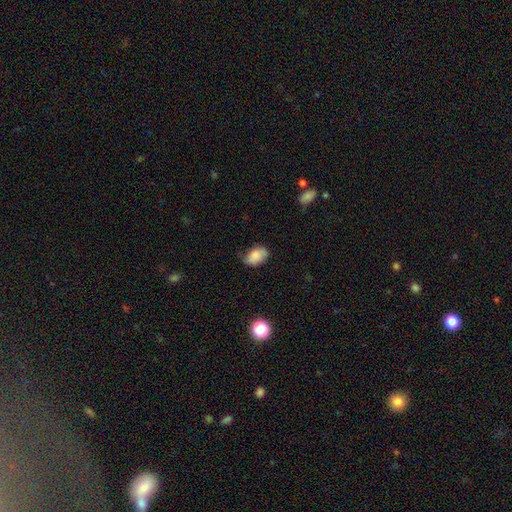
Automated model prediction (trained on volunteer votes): Smooth or featured?
  - smooth: 79% *
  - featured or disk: 13%
  - star or artifact: 8%
How rounded?
  - in between: 86% *
  - round: 13%
  - cigar-shaped: 1%
Merging?
  - none: 58% *
  - minor disturbance: 33%
  - major disturbance: 8%
  - merger: 2%